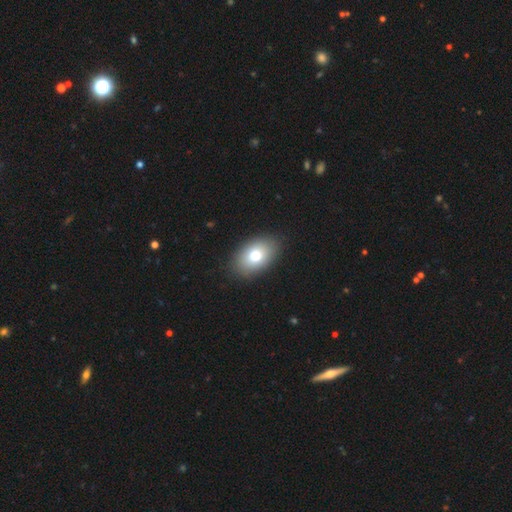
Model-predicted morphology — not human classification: This is likely a smooth galaxy (76%). How rounded: clearly in between (88%). Merging: clearly none (88%).